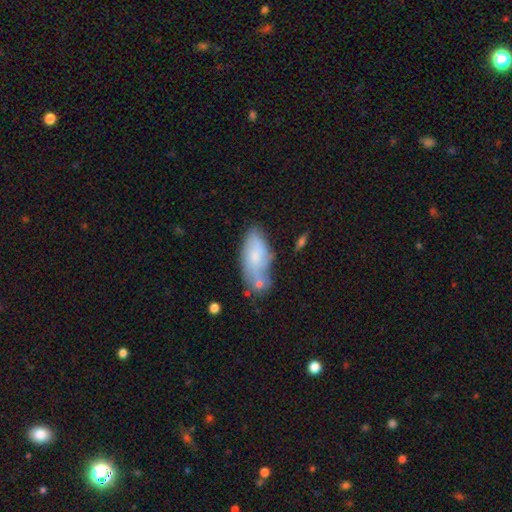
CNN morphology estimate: Smooth or featured? smooth (62%)
How rounded? in between (87%)
Merging? none (45%)